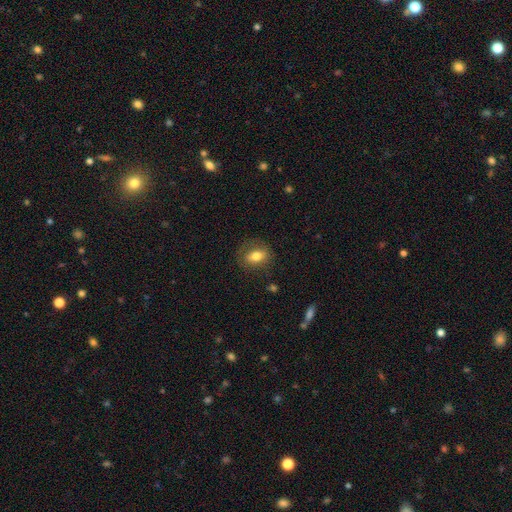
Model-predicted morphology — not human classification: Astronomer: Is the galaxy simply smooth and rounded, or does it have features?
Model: smooth — 72%.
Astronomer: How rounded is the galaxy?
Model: in between — 74%.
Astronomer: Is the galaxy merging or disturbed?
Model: none — 77%.